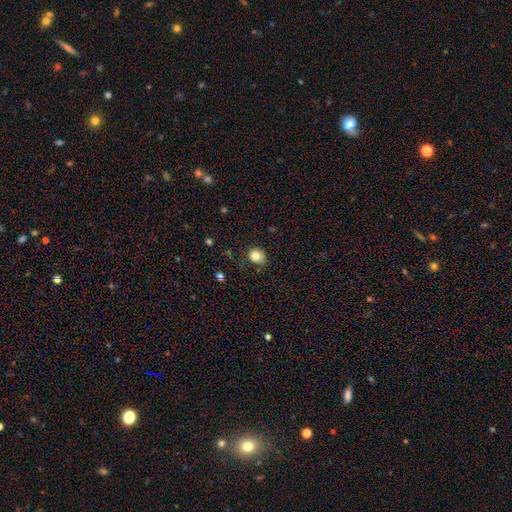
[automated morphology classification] smooth-or-featured: smooth: 82% | star or artifact: 11% | featured or disk: 7%
  how-rounded: round: 76% | in between: 23% | cigar-shaped: 1%
  merging: none: 74% | minor disturbance: 19% | major disturbance: 5% | merger: 2%